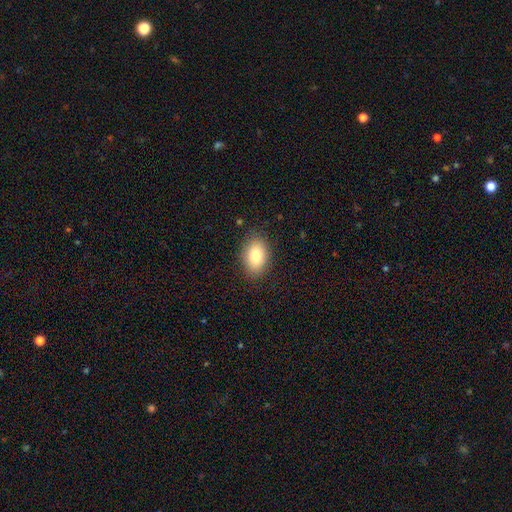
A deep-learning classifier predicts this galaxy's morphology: A smooth galaxy with no disk features (81%) that is in between round and cigar-shaped (85%). Merging: none (85%).